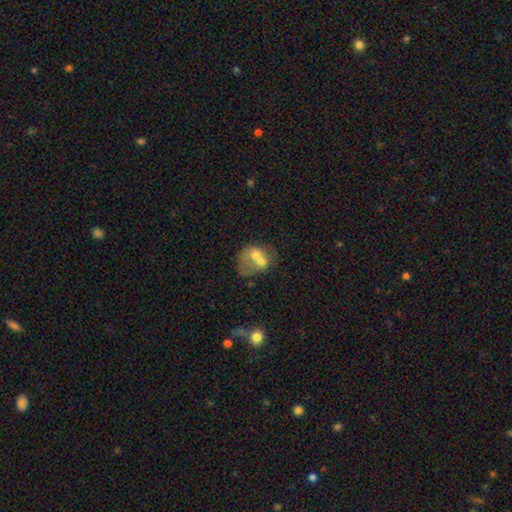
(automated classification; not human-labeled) Smooth or featured? smooth (52%)
How rounded? round (52%)
Merging? merger (63%)